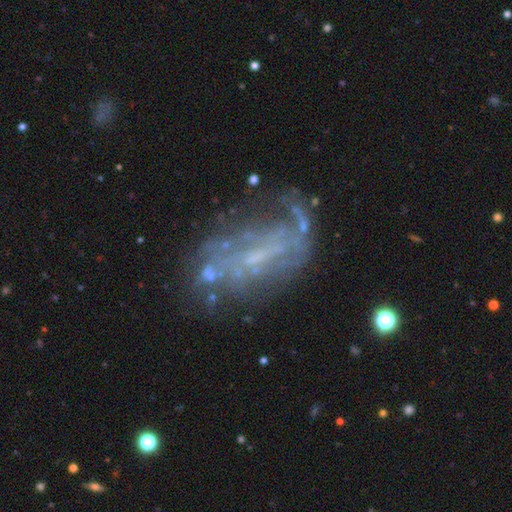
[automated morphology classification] A featured or disk galaxy (71%) with no bar (51%), spiral arms (59%) and a small central bulge (55%).

Vote fractions:
- Smooth or featured? featured or disk: 71% / smooth: 15% / star or artifact: 14%
- Edge-on disk? no: 94% / yes: 6%
- Bar? no: 51% / weak: 36% / strong: 13%
- Spiral arms? yes: 59% / no: 41%
- Bulge size? small: 55% / none: 32% / moderate: 10% / large: 1% / dominant: 1%
- Merging? none: 51% / minor disturbance: 22% / major disturbance: 20% / merger: 7%